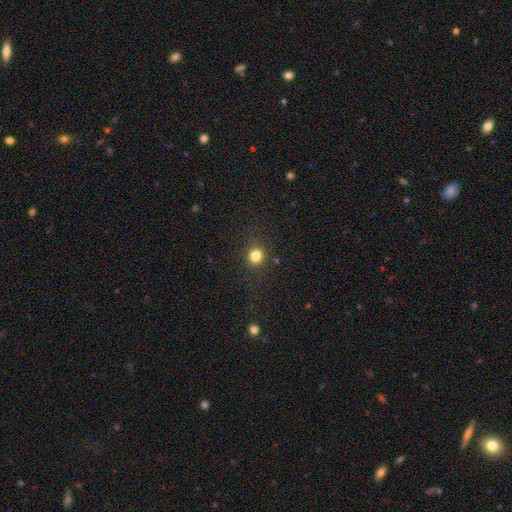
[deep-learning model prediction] Overall: smooth (82%). How rounded: round (78%). Merging: none (86%).